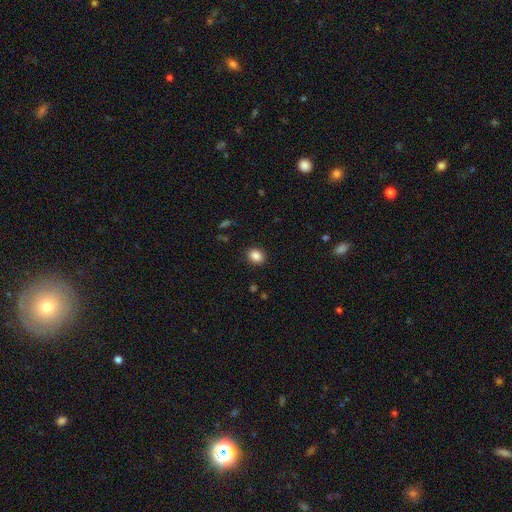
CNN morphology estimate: Smooth or featured? Predicted: smooth (p=0.87). How rounded? Predicted: in between (p=0.55). Merging? Predicted: none (p=0.90).